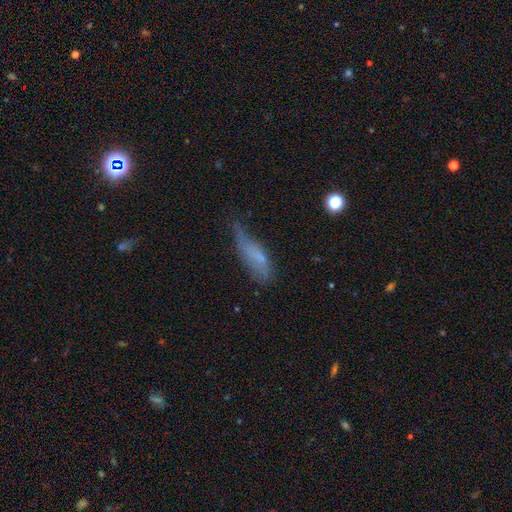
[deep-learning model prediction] Morphology: type=smooth (58%); roundness=in between (52%); merging=minor disturbance (38%).